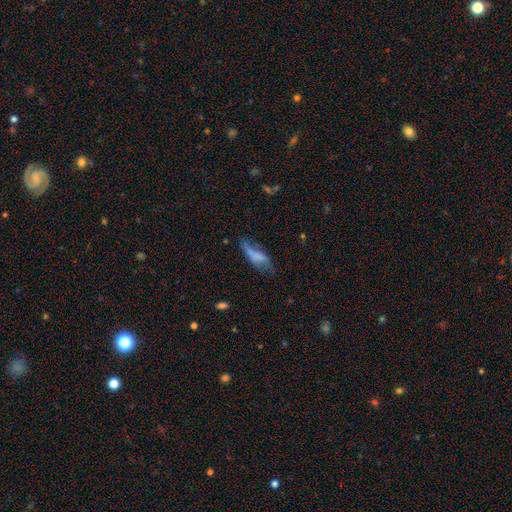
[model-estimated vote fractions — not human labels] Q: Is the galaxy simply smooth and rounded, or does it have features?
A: smooth — 53%.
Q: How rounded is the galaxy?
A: in between — 62%.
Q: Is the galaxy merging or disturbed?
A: none — 38%.